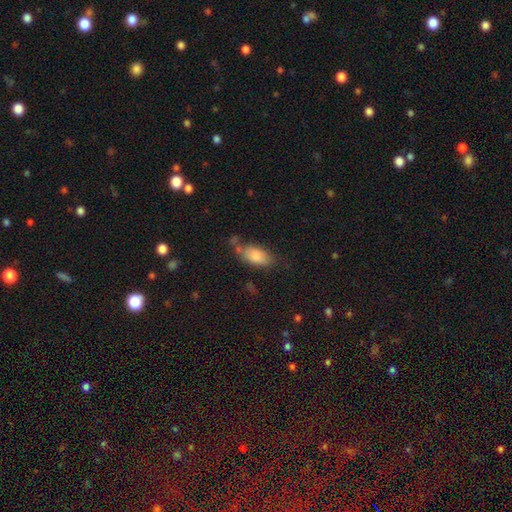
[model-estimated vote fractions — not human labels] This appears to be a smooth galaxy with no disk features (82%) that is in between round and cigar-shaped (90%). Merging: none (56%).